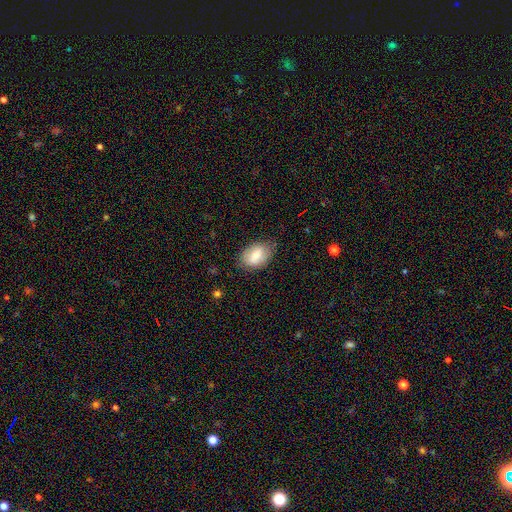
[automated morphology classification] Q: Smooth or featured?
A: smooth (71%); runner-up: featured or disk (22%)
Q: How rounded?
A: in between (87%); runner-up: round (12%)
Q: Merging?
A: none (77%); runner-up: minor disturbance (18%)